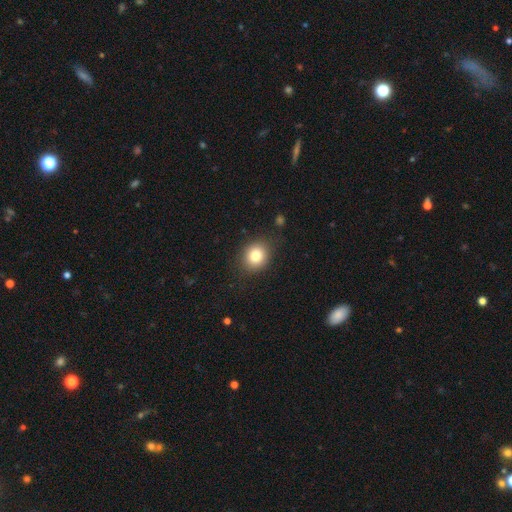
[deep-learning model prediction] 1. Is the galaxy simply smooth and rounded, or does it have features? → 81% smooth, 11% star or artifact, 8% featured or disk.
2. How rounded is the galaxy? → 71% round, 28% in between, 1% cigar-shaped.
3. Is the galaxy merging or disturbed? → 85% none, 11% minor disturbance, 3% major disturbance, 1% merger.